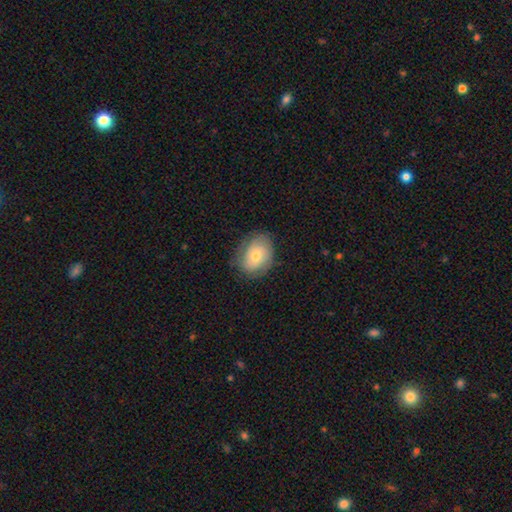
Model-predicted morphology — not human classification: smooth_or_featured: smooth (p=0.65) [alt: featured or disk p=0.28]
how_rounded: in between (p=0.65) [alt: round p=0.34]
merging: none (p=0.74) [alt: minor disturbance p=0.19]